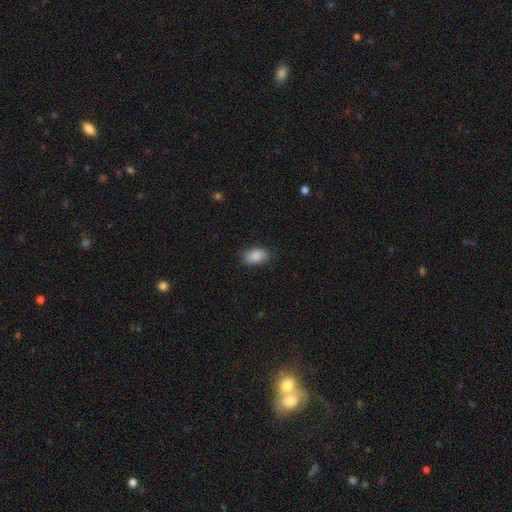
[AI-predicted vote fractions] A smooth galaxy with no disk features (89%) that is in between round and cigar-shaped (91%).

Vote fractions:
- Smooth or featured? smooth: 89% / star or artifact: 7% / featured or disk: 4%
- How rounded? in between: 91% / round: 7% / cigar-shaped: 2%
- Merging? none: 80% / minor disturbance: 15% / major disturbance: 3% / merger: 1%